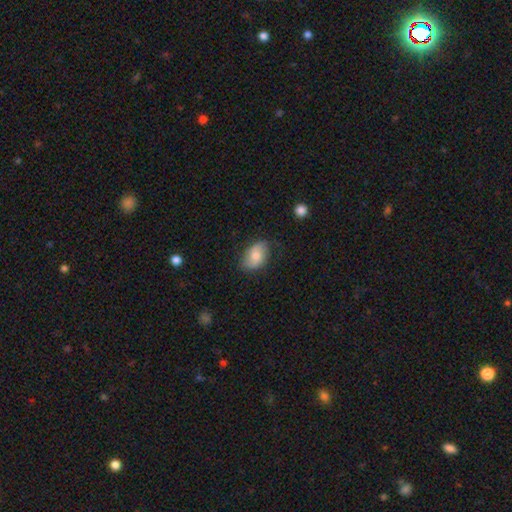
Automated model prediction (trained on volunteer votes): The model was most divided on "merging": none: 69%, minor disturbance: 24%, major disturbance: 6%, merger: 1%. More confident: how rounded — in between (88%); smooth or featured — smooth (71%).